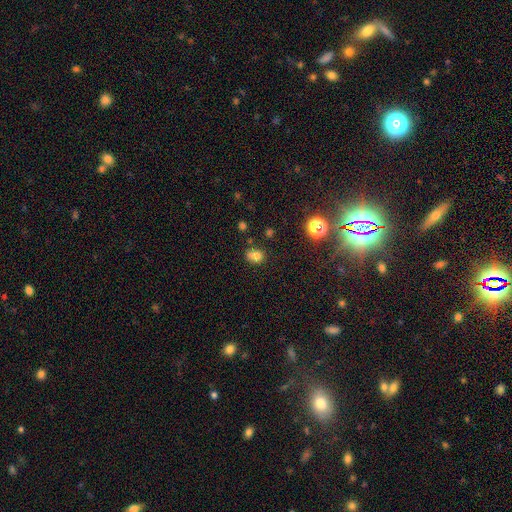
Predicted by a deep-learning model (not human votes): Overall: smooth (76%). How rounded: round (55%; in between 44%). Merging: none (60%; minor disturbance 21%).